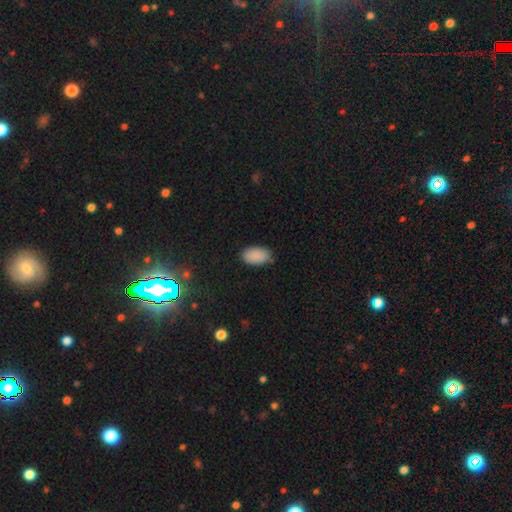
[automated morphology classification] Overall: smooth (89%). How rounded: in between (94%). Merging: none (81%).